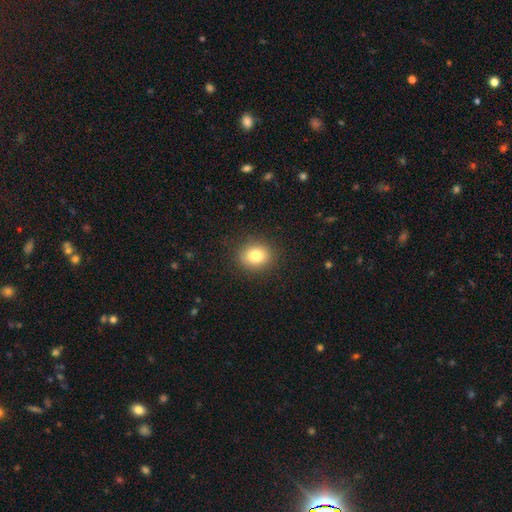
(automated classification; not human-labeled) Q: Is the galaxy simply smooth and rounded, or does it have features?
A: smooth — 82%.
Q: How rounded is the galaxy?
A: round — 66%.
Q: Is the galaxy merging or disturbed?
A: none — 88%.